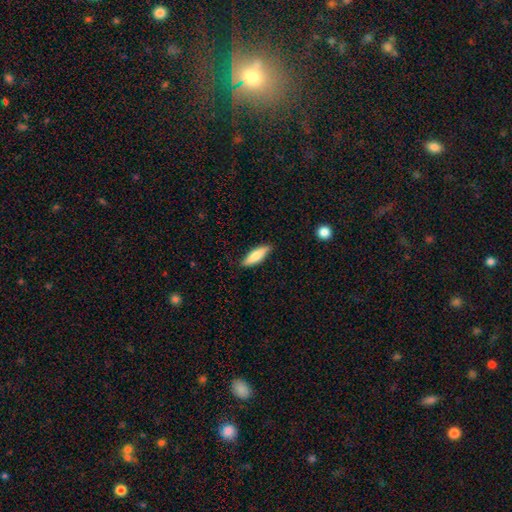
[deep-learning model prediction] The model was most divided on "how rounded": cigar-shaped: 55%, in between: 43%, round: 2%. More confident: merging — none (85%); smooth or featured — smooth (75%).